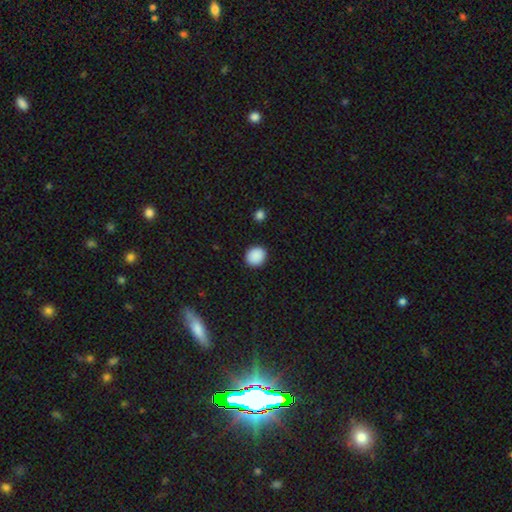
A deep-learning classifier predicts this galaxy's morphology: A smooth galaxy with no disk features (89%) that is round (77%).

Vote fractions:
- Smooth or featured? smooth: 89% / star or artifact: 8% / featured or disk: 2%
- How rounded? round: 77% / in between: 22% / cigar-shaped: 1%
- Merging? none: 90% / minor disturbance: 6% / major disturbance: 2% / merger: 1%